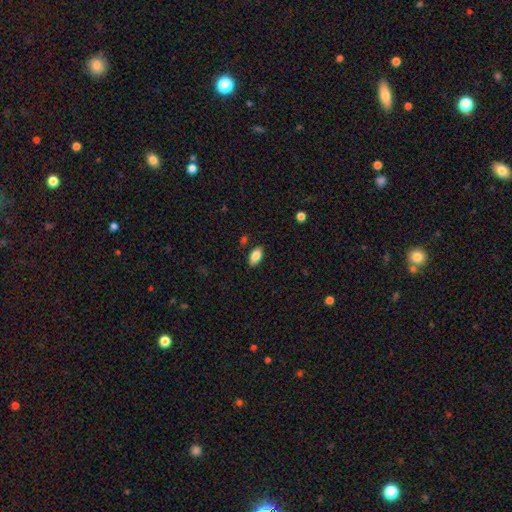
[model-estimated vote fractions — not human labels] Q: Smooth or featured?
A: smooth (86%); runner-up: star or artifact (7%)
Q: How rounded?
A: in between (92%); runner-up: cigar-shaped (5%)
Q: Merging?
A: none (86%); runner-up: minor disturbance (10%)